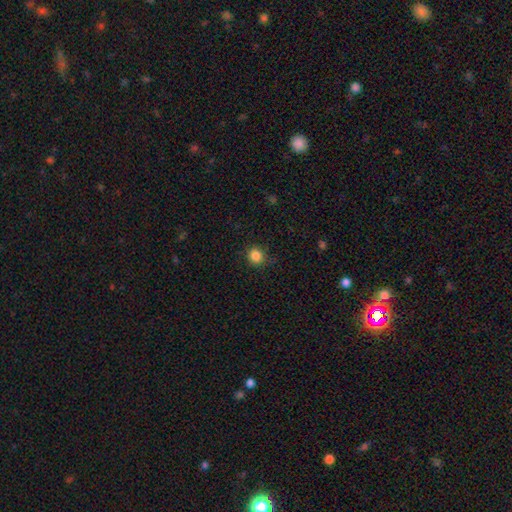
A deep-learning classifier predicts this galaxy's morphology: Smooth or featured?
  - smooth: 85% *
  - star or artifact: 11%
  - featured or disk: 4%
How rounded?
  - round: 89% *
  - in between: 10%
  - cigar-shaped: 1%
Merging?
  - none: 86% *
  - minor disturbance: 10%
  - major disturbance: 3%
  - merger: 1%